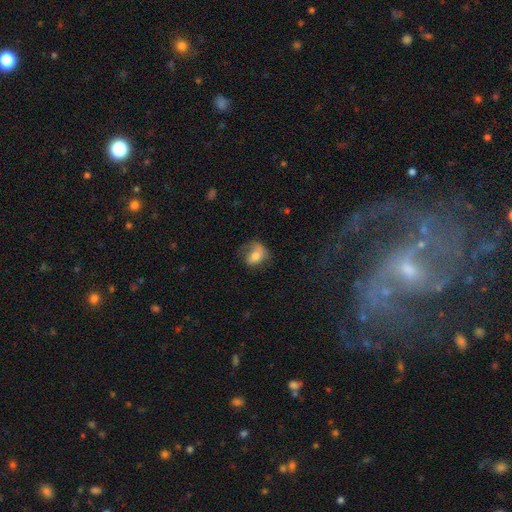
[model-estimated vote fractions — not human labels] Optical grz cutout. It shows a smooth galaxy with no disk features (62%) that is in between round and cigar-shaped (60%). Merging: none (40%).